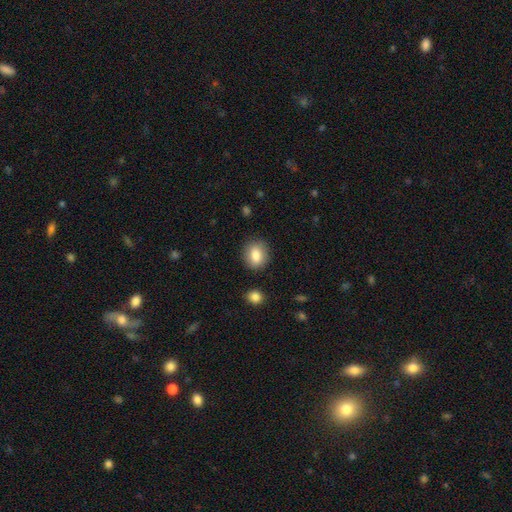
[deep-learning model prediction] Smooth or featured: smooth — 83% (featured or disk — 8%)
How rounded: round — 54% (in between — 44%)
Merging: none — 85% (minor disturbance — 10%)